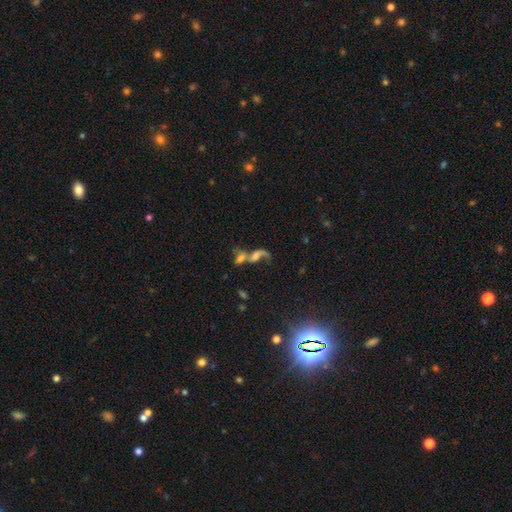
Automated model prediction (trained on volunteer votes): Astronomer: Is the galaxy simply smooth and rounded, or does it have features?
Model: featured or disk — 53% (runner-up: smooth, 31%).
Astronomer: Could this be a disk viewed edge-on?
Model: no — 91%.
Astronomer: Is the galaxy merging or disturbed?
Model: merger — 66%.